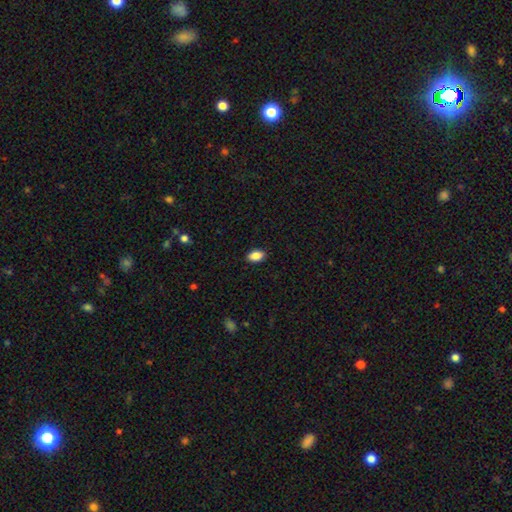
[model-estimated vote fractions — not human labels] smooth-or-featured: smooth: 88% | star or artifact: 8% | featured or disk: 4%
  how-rounded: in between: 91% | round: 7% | cigar-shaped: 2%
  merging: none: 89% | minor disturbance: 8% | major disturbance: 2% | merger: 1%